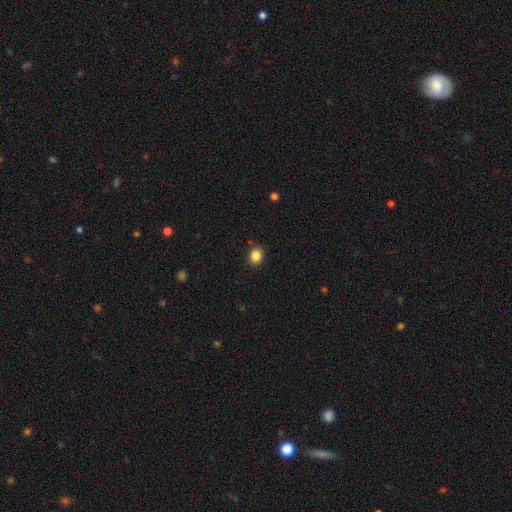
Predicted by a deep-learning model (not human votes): Q: Smooth or featured?
A: smooth (86%); runner-up: star or artifact (10%)
Q: How rounded?
A: round (60%); runner-up: in between (39%)
Q: Merging?
A: none (89%); runner-up: minor disturbance (7%)